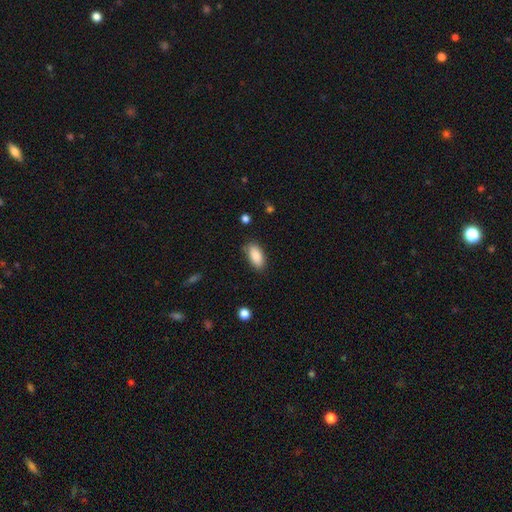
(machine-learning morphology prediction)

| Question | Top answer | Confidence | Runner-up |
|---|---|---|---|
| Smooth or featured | smooth | 87% | star or artifact (7%) |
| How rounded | in between | 91% | cigar-shaped (6%) |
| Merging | none | 79% | minor disturbance (16%) |